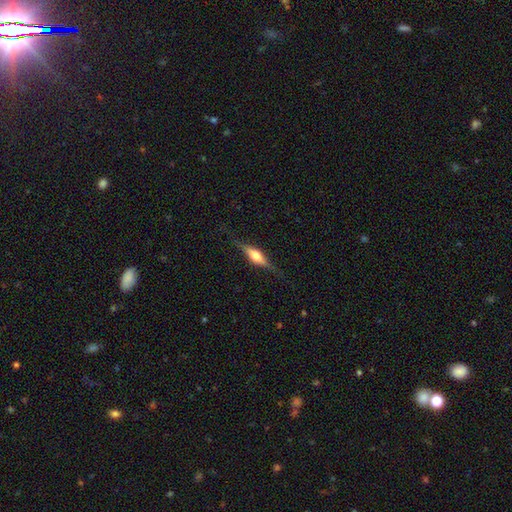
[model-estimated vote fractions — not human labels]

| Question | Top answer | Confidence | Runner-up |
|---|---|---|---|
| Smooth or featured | featured or disk | 66% | smooth (27%) |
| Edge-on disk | yes | 96% | no (4%) |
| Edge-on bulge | rounded | 91% | boxy (7%) |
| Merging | none | 82% | minor disturbance (13%) |